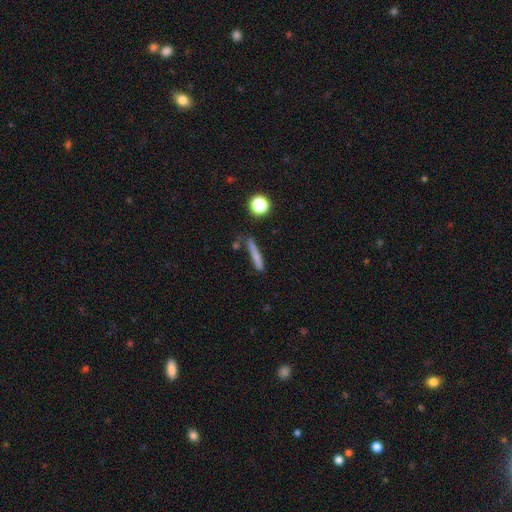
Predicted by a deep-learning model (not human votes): smooth 71%, featured or disk 19%, star or artifact 10%. Down the decision tree: how rounded — cigar-shaped (89%); merging — none (74%).